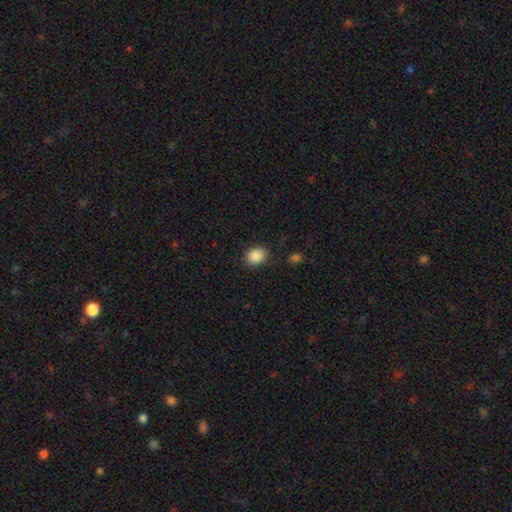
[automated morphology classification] Smooth or featured?
  - smooth: 88% *
  - star or artifact: 9%
  - featured or disk: 4%
How rounded?
  - in between: 53% *
  - round: 46%
  - cigar-shaped: 1%
Merging?
  - none: 80% *
  - minor disturbance: 14%
  - major disturbance: 4%
  - merger: 2%